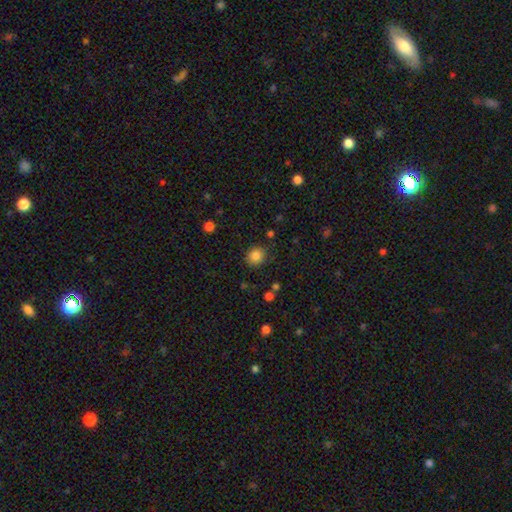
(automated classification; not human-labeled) This appears to be a smooth galaxy with no disk features (84%) that is round (77%). Merging: none (86%).